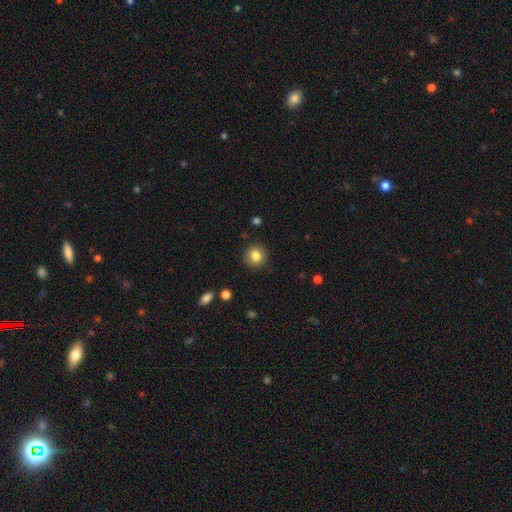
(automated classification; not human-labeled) A smooth galaxy with no disk features (83%) that is round (88%).

Vote fractions:
- Smooth or featured? smooth: 83% / star or artifact: 10% / featured or disk: 7%
- How rounded? round: 88% / in between: 11% / cigar-shaped: 1%
- Merging? none: 89% / minor disturbance: 7% / major disturbance: 2% / merger: 1%